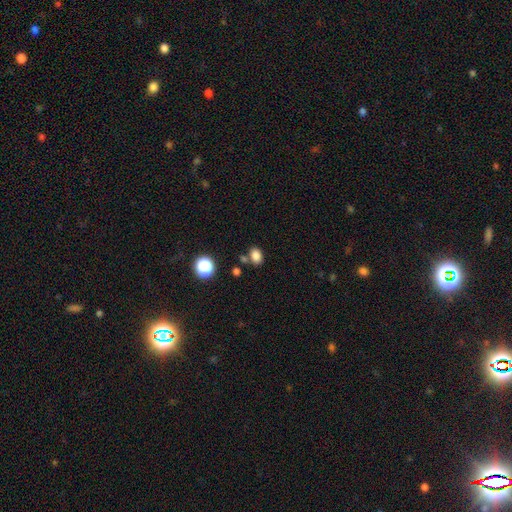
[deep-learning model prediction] smooth_or_featured: smooth (p=0.82) [alt: star or artifact p=0.13]
how_rounded: in between (p=0.73) [alt: round p=0.26]
merging: none (p=0.71) [alt: merger p=0.13]